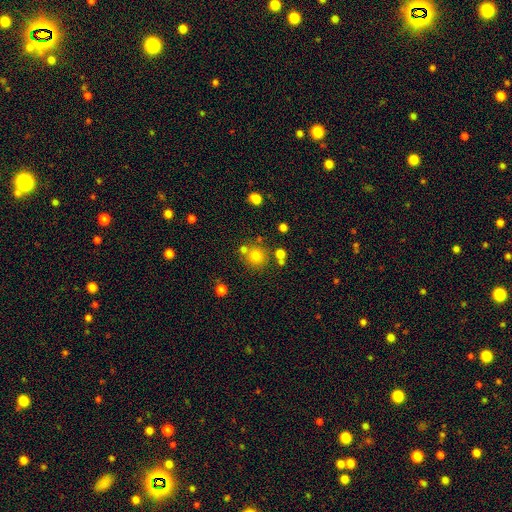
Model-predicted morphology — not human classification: smooth-or-featured: smooth: 75% | star or artifact: 15% | featured or disk: 10%
  how-rounded: round: 91% | in between: 9% | cigar-shaped: 1%
  merging: none: 71% | merger: 16% | minor disturbance: 9% | major disturbance: 4%